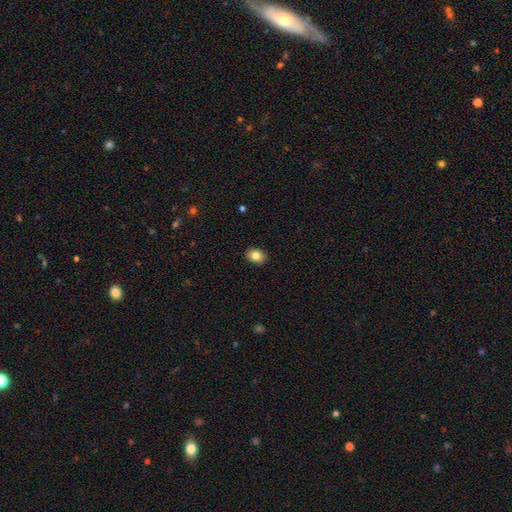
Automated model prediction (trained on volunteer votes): Overall: smooth (83%). How rounded: in between (66%; round 33%). Merging: none (91%).